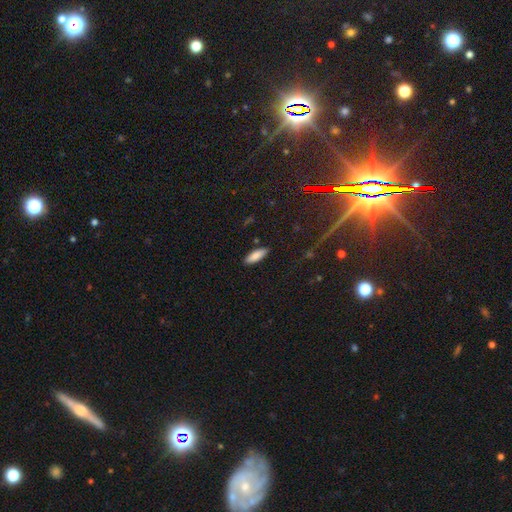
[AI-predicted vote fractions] Smooth or featured? smooth (86%)
How rounded? in between (62%)
Merging? none (88%)